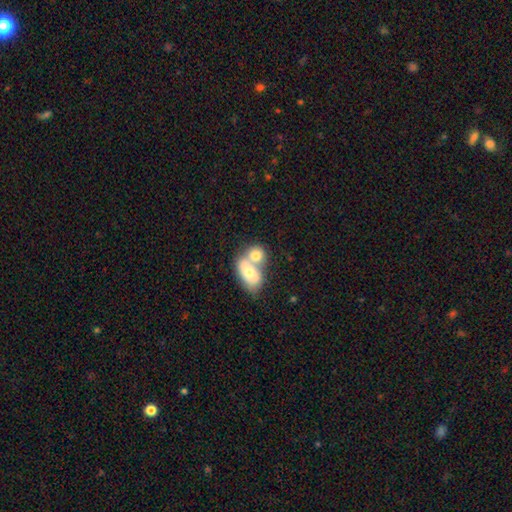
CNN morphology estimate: smooth 68%, featured or disk 25%, star or artifact 7%. Down the decision tree: how rounded — in between (56%); merging — merger (70%).